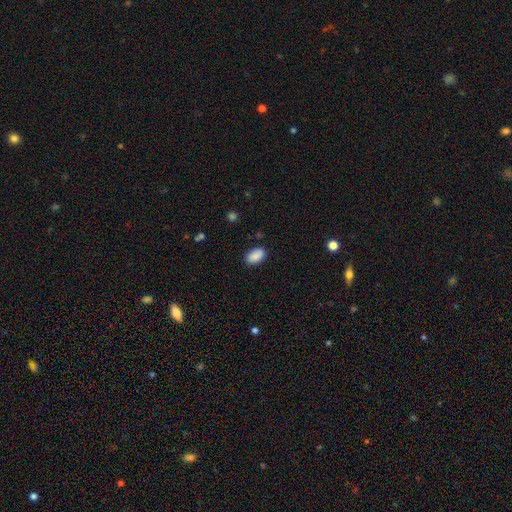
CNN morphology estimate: smooth 89%, star or artifact 7%, featured or disk 4%. Down the decision tree: how rounded — in between (93%); merging — none (85%).